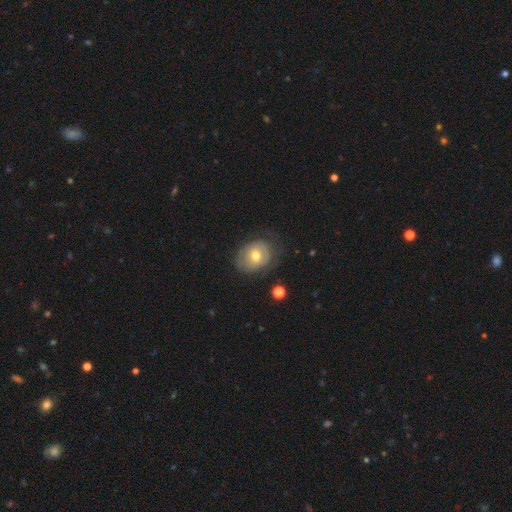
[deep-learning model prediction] Smooth or featured? Predicted: smooth (p=0.56). How rounded? Predicted: in between (p=0.50). Merging? Predicted: none (p=0.62).